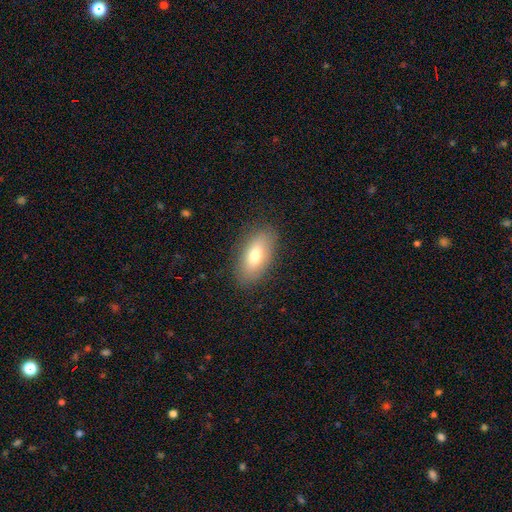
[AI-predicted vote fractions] Smooth or featured: smooth — 74% (featured or disk — 19%)
How rounded: in between — 87% (cigar-shaped — 9%)
Merging: none — 85% (minor disturbance — 11%)